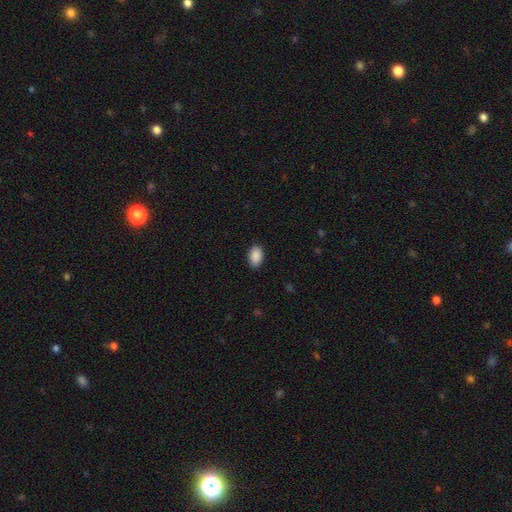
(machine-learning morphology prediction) Smooth or featured? Predicted: smooth (p=0.90). How rounded? Predicted: in between (p=0.92). Merging? Predicted: none (p=0.88).